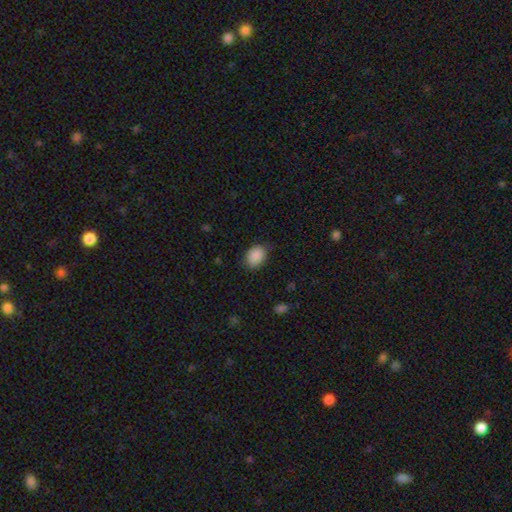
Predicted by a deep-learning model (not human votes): Morphology: type=smooth (89%); roundness=in between (70%); merging=none (77%).